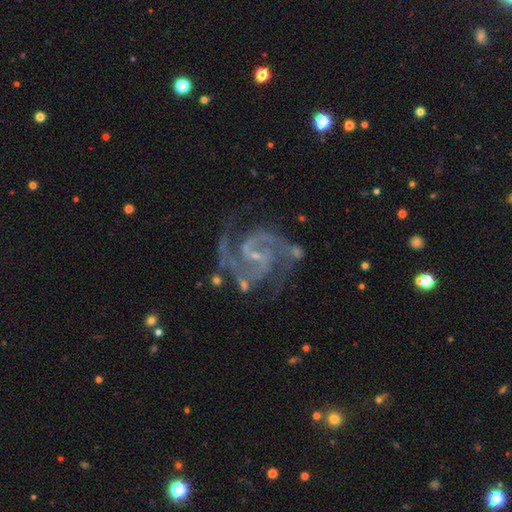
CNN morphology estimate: A featured or disk galaxy (94%) with a weak bar (50%), 2 (85%) medium (62%) spiral arms (99%) and a small central bulge (78%). Merging: none (69%).